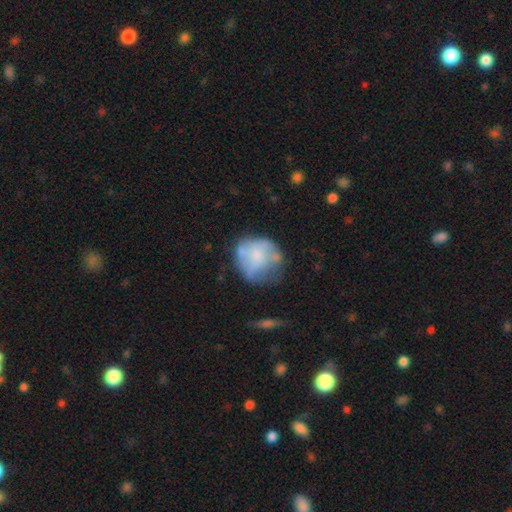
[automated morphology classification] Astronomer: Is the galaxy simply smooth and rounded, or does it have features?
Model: smooth — 53% (runner-up: featured or disk, 39%).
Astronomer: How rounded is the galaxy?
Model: round — 78%.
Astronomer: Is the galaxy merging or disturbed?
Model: none — 44% (runner-up: minor disturbance, 27%).